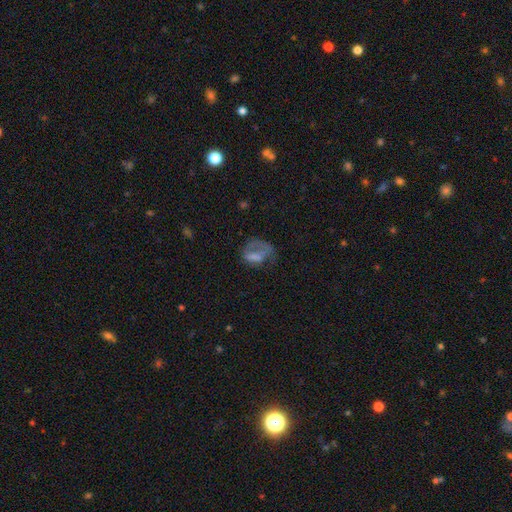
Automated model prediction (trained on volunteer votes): smooth_or_featured: smooth (p=0.52) [alt: featured or disk p=0.36]
how_rounded: in between (p=0.64) [alt: round p=0.32]
merging: major disturbance (p=0.49) [alt: none p=0.27]